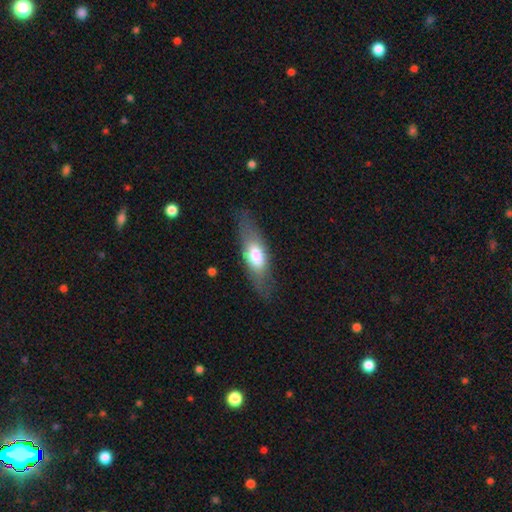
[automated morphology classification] Smooth or featured? Predicted: smooth (p=0.61). How rounded? Predicted: in between (p=0.62). Merging? Predicted: none (p=0.77).